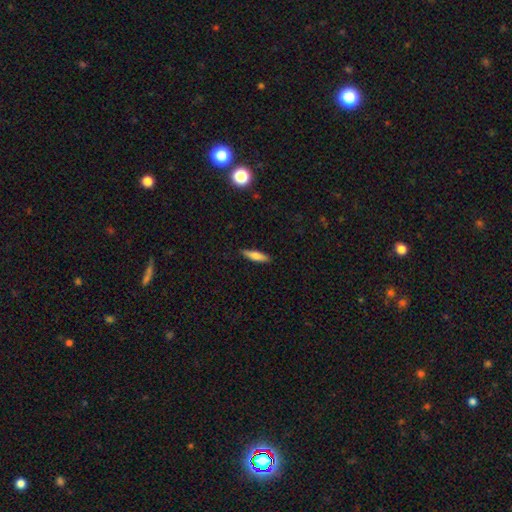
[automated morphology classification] Smooth or featured: smooth — 70% (featured or disk — 24%)
How rounded: cigar-shaped — 68% (in between — 30%)
Merging: none — 88% (minor disturbance — 9%)